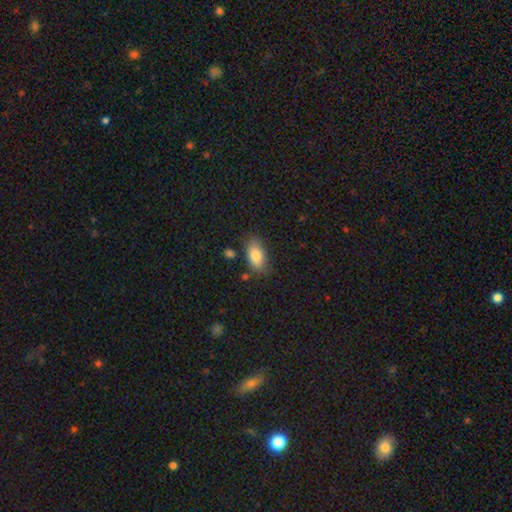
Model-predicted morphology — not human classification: The model was most divided on "merging": none: 74%, minor disturbance: 18%, major disturbance: 4%, merger: 4%. More confident: how rounded — in between (91%); smooth or featured — smooth (83%).